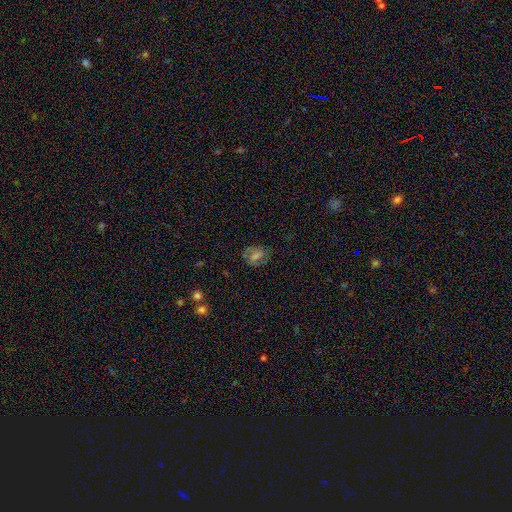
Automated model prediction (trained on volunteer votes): Smooth or featured: smooth — 38% (featured or disk — 37%)
Merging: none — 77% (minor disturbance — 15%)